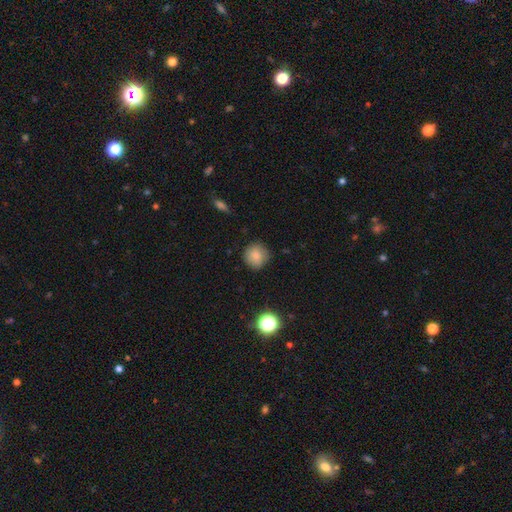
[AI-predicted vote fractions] Q: Smooth or featured?
A: smooth (82%); runner-up: star or artifact (10%)
Q: How rounded?
A: round (90%); runner-up: in between (9%)
Q: Merging?
A: none (83%); runner-up: minor disturbance (13%)